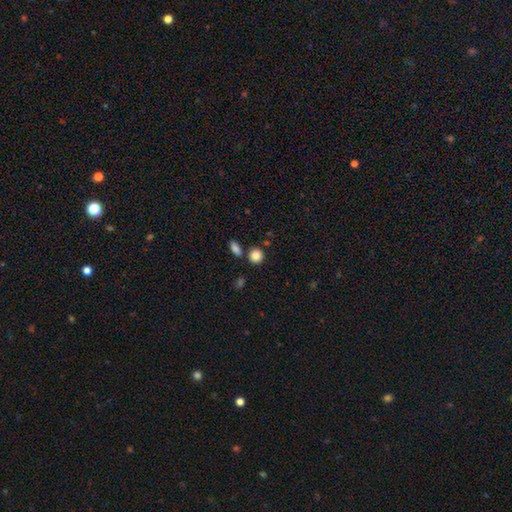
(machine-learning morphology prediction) Smooth or featured? smooth (86%)
How rounded? round (85%)
Merging? none (78%)